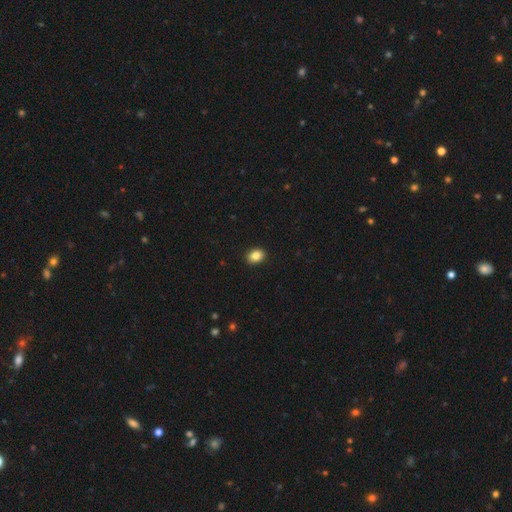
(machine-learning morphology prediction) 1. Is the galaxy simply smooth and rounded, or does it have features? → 86% smooth, 9% star or artifact, 5% featured or disk.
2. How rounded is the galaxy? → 67% in between, 32% round, 1% cigar-shaped.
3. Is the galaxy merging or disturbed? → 92% none, 6% minor disturbance, 2% major disturbance, 1% merger.